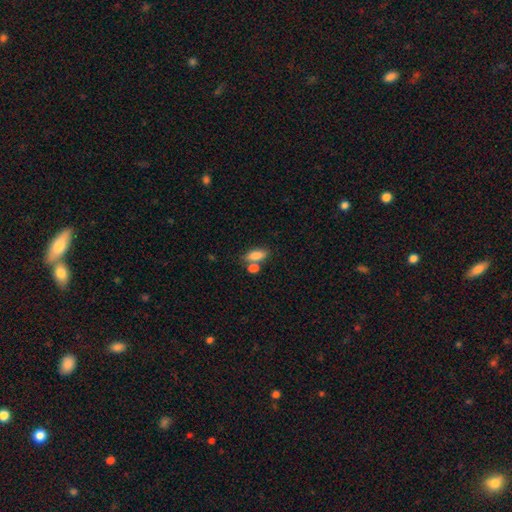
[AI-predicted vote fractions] This is clearly a smooth galaxy (84%). How rounded: clearly in between (85%). Merging: possibly none (50%).